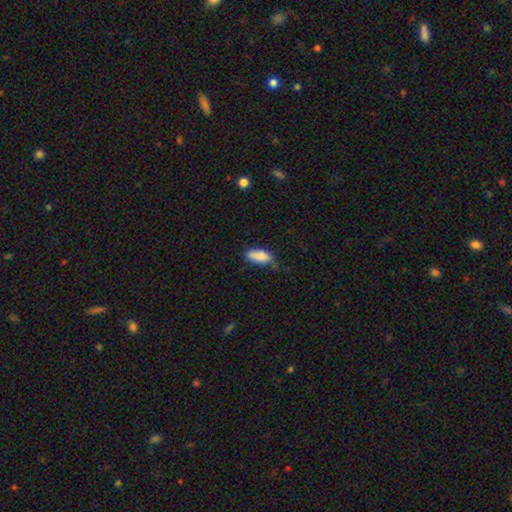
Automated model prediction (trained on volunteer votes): smooth 87%, star or artifact 7%, featured or disk 6%. Down the decision tree: how rounded — in between (81%); merging — none (53%).